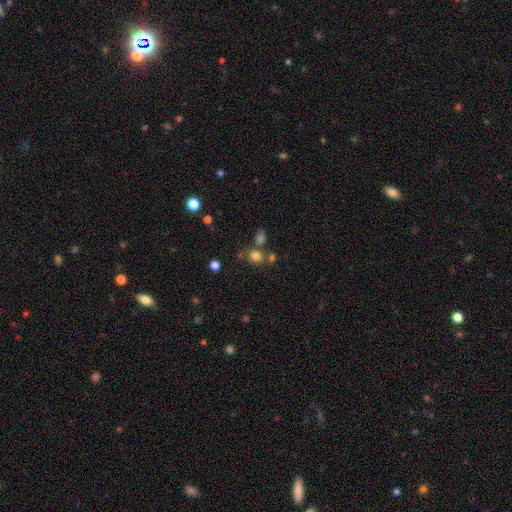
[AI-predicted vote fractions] Smooth or featured? Predicted: smooth (p=0.76). How rounded? Predicted: round (p=0.70). Merging? Predicted: none (p=0.62).